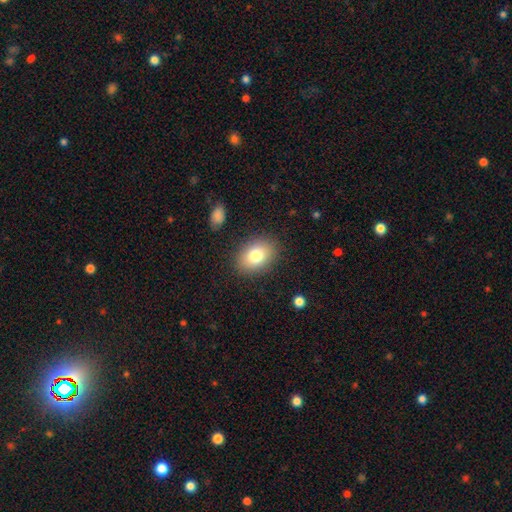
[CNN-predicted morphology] type=smooth (79%); roundness=in between (73%); merging=none (86%).